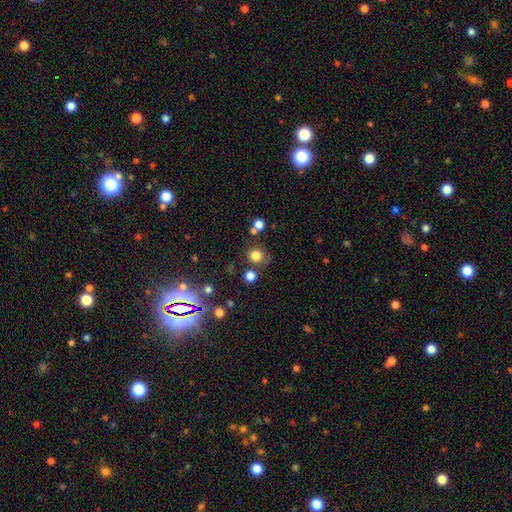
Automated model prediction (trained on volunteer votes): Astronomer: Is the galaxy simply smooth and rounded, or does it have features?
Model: smooth — 79%.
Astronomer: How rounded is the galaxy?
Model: round — 89%.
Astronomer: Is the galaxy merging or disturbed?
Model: none — 73%.